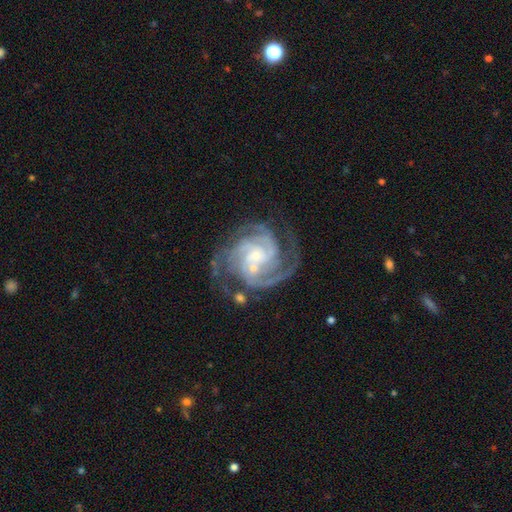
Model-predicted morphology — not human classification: Smooth or featured? featured or disk (92%)
Edge-on disk? no (98%)
Bar? no (58%)
Spiral arms? yes (98%)
Spiral winding? tight (61%)
Spiral arm count? 3 (40%)
Bulge size? small (74%)
Merging? none (66%)